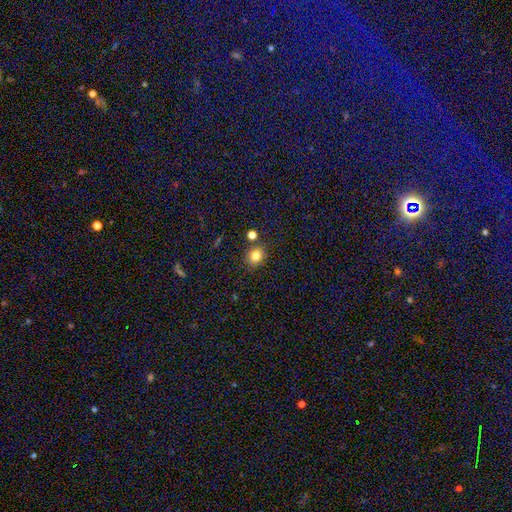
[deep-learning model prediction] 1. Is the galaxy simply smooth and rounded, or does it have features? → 82% smooth, 12% star or artifact, 6% featured or disk.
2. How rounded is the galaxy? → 67% round, 32% in between, 1% cigar-shaped.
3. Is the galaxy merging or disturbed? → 80% none, 10% minor disturbance, 7% merger, 3% major disturbance.